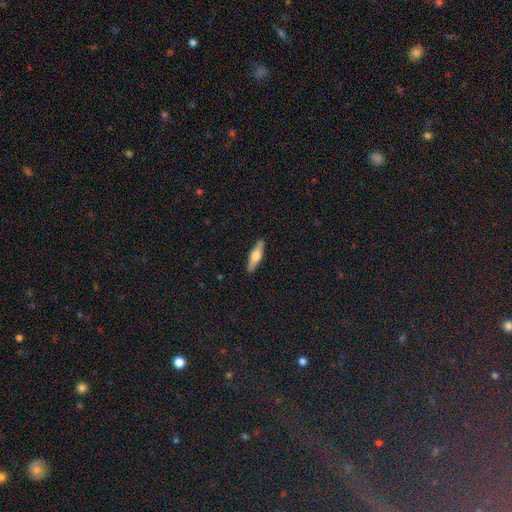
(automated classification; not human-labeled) Smooth or featured?
  - featured or disk: 48% *
  - smooth: 47%
  - star or artifact: 6%
Merging?
  - none: 91% *
  - minor disturbance: 7%
  - major disturbance: 2%
  - merger: 1%